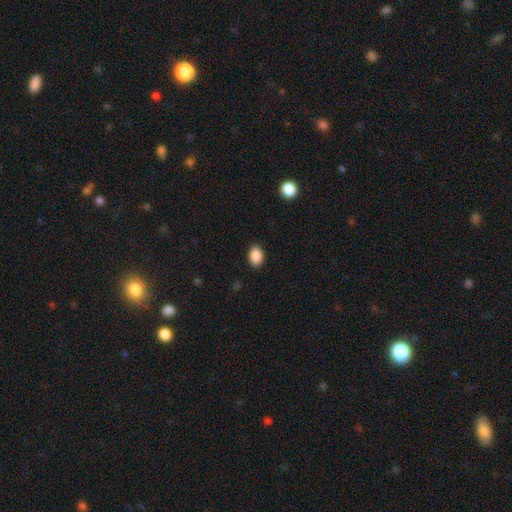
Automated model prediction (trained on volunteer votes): smooth 89%, star or artifact 8%, featured or disk 3%. Down the decision tree: how rounded — in between (81%); merging — none (89%).